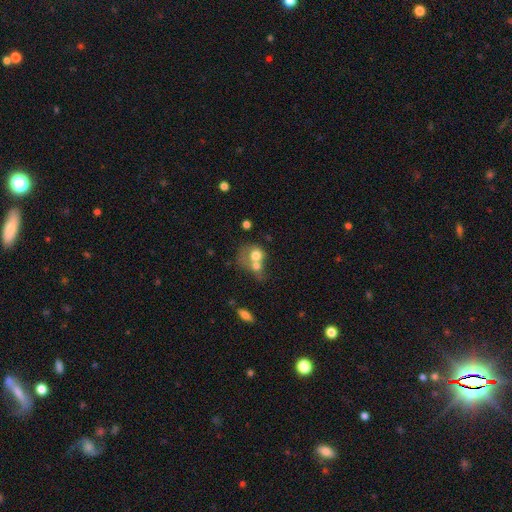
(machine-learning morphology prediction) The model was most divided on "how rounded": round: 62%, in between: 37%, cigar-shaped: 1%. More confident: merging — merger (68%); smooth or featured — smooth (66%).